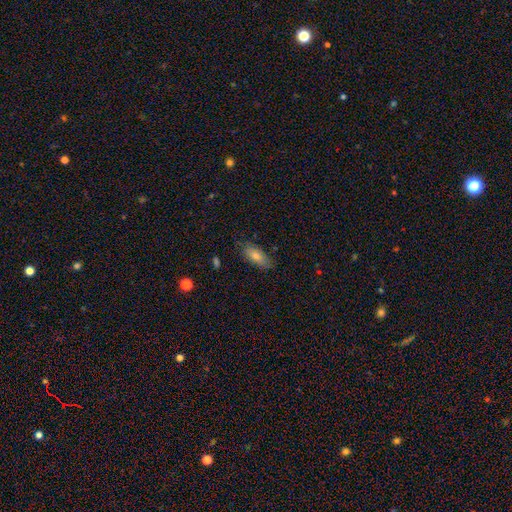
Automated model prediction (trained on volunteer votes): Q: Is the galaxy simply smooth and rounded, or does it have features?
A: smooth — 68%.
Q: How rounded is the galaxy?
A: in between — 72%.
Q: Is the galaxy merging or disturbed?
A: none — 80%.